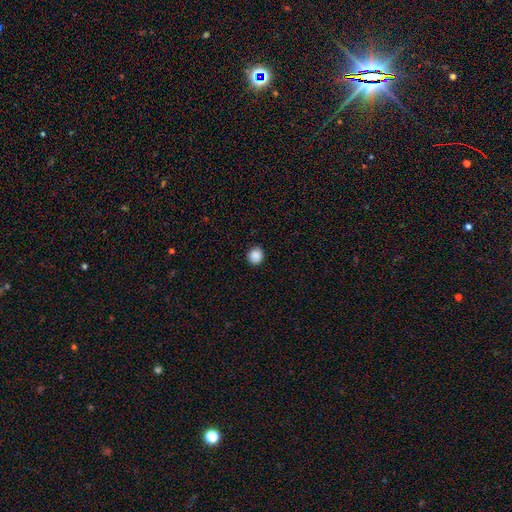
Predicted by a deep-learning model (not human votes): Smooth or featured? smooth (89%)
How rounded? round (91%)
Merging? none (93%)